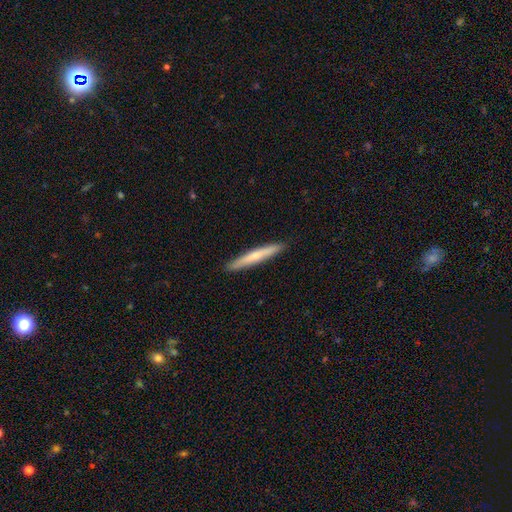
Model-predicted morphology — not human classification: Smooth or featured?
  - smooth: 54% *
  - featured or disk: 41%
  - star or artifact: 5%
How rounded?
  - cigar-shaped: 96% *
  - in between: 3%
  - round: 1%
Merging?
  - none: 92% *
  - minor disturbance: 6%
  - major disturbance: 1%
  - merger: 1%